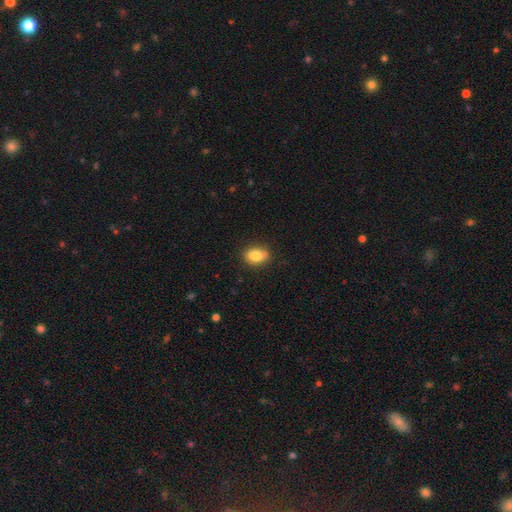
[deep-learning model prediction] This is clearly a smooth galaxy (83%). How rounded: likely in between (76%). Merging: likely none (77%).